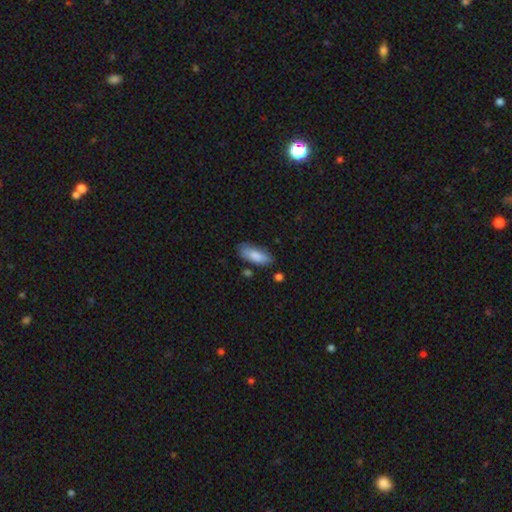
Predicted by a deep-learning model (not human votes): Smooth or featured? smooth (82%)
How rounded? in between (77%)
Merging? none (72%)